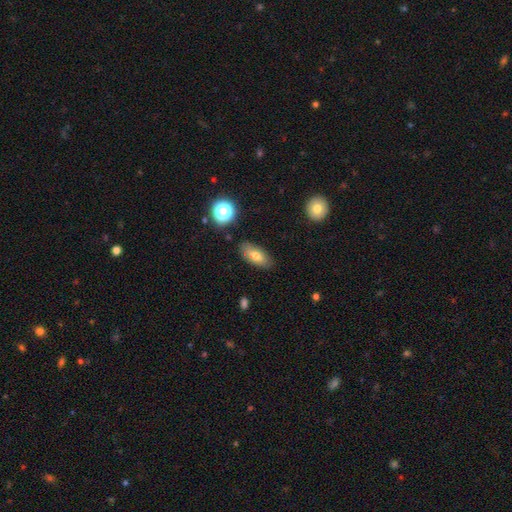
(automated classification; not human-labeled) Q: Smooth or featured?
A: smooth (71%); runner-up: featured or disk (20%)
Q: How rounded?
A: in between (82%); runner-up: cigar-shaped (13%)
Q: Merging?
A: none (83%); runner-up: minor disturbance (12%)